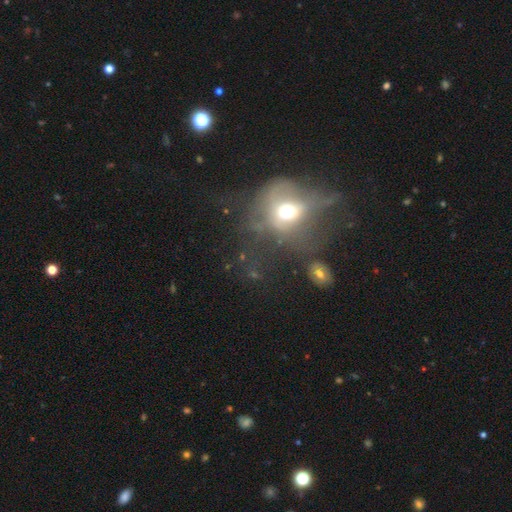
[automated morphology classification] A featured or disk galaxy (36%). Merging: none (41%).